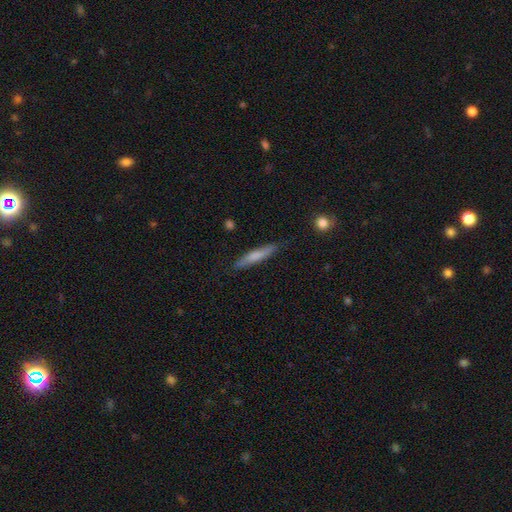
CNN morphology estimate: smooth-or-featured: smooth: 66% | featured or disk: 28% | star or artifact: 6%
  how-rounded: cigar-shaped: 92% | in between: 6% | round: 1%
  merging: none: 85% | minor disturbance: 11% | major disturbance: 2% | merger: 2%